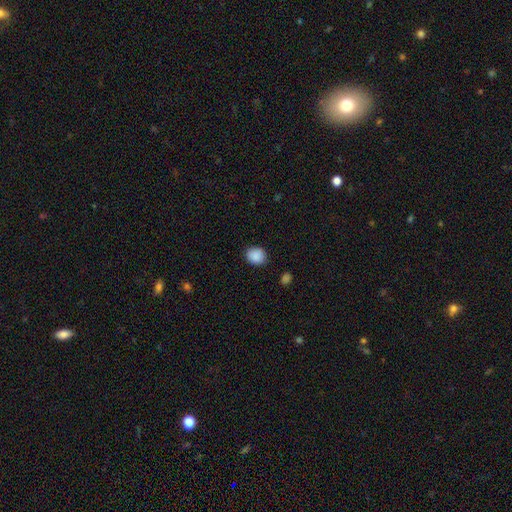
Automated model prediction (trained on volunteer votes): A smooth galaxy with no disk features (89%) that is round (66%).

Vote fractions:
- Smooth or featured? smooth: 89% / star or artifact: 8% / featured or disk: 3%
- How rounded? round: 66% / in between: 33% / cigar-shaped: 1%
- Merging? none: 86% / minor disturbance: 9% / major disturbance: 3% / merger: 1%